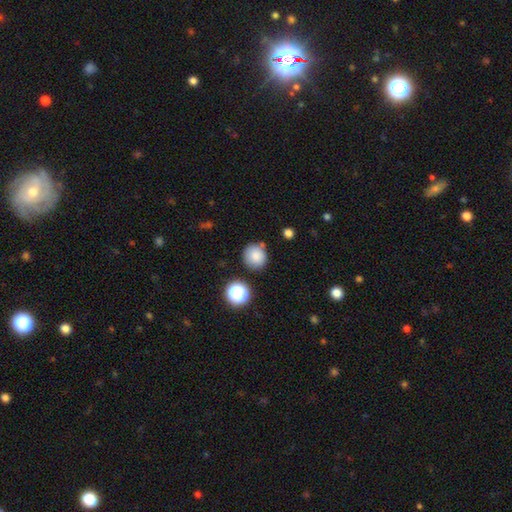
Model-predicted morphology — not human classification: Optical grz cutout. It shows a smooth galaxy with no disk features (83%) that is round (89%). Merging: none (80%).